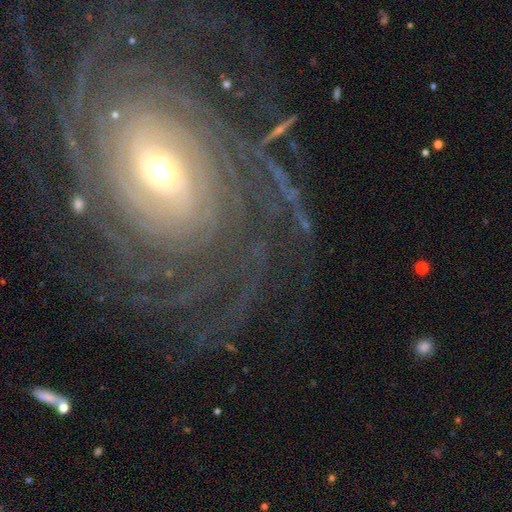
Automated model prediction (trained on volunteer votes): Q: Smooth or featured?
A: featured or disk (87%); runner-up: star or artifact (8%)
Q: Edge-on disk?
A: no (96%); runner-up: yes (4%)
Q: Bar?
A: no (42%); runner-up: weak (35%)
Q: Spiral arms?
A: yes (95%); runner-up: no (5%)
Q: Spiral winding?
A: tight (76%); runner-up: medium (18%)
Q: Spiral arm count?
A: can't tell (28%); runner-up: more than 4 (26%)
Q: Bulge size?
A: moderate (49%); runner-up: small (42%)
Q: Merging?
A: none (72%); runner-up: minor disturbance (14%)